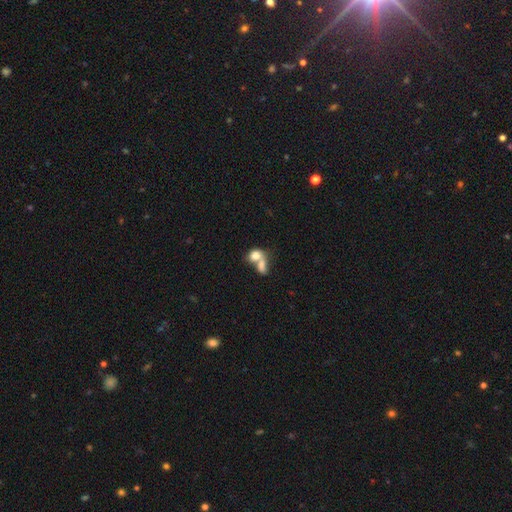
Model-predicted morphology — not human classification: Q: Smooth or featured?
A: smooth (74%); runner-up: featured or disk (18%)
Q: How rounded?
A: in between (63%); runner-up: round (35%)
Q: Merging?
A: merger (72%); runner-up: none (17%)